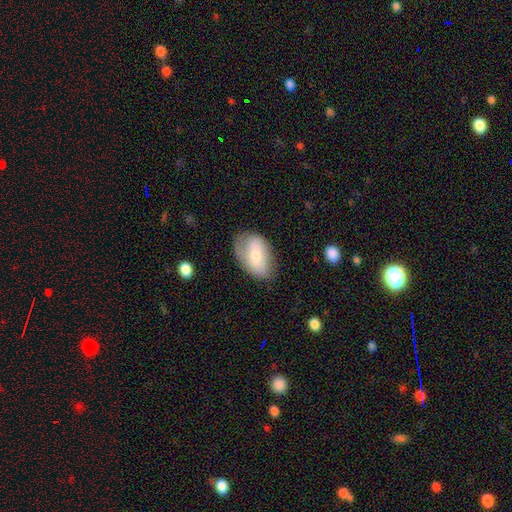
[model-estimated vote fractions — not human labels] The model was most divided on "smooth or featured": smooth: 59%, featured or disk: 34%, star or artifact: 7%. More confident: how rounded — in between (88%); merging — none (62%).